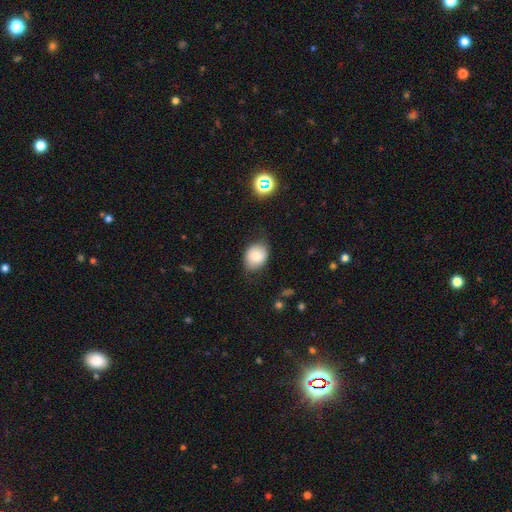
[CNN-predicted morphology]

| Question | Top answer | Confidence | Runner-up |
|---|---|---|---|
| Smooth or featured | smooth | 76% | featured or disk (14%) |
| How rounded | in between | 51% | round (48%) |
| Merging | none | 71% | minor disturbance (21%) |